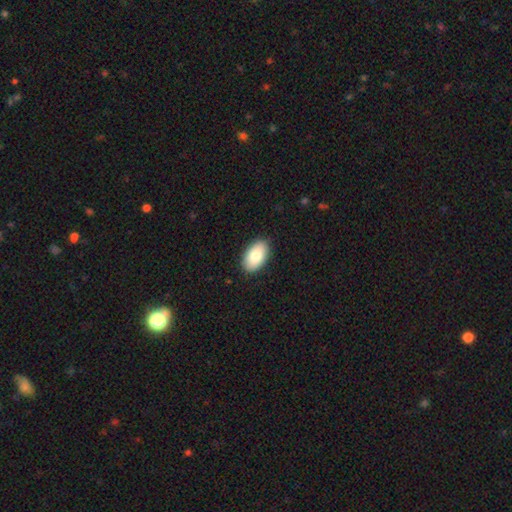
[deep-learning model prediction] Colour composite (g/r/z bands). It shows a smooth galaxy with no disk features (83%) that is in between round and cigar-shaped (94%). Merging: none (89%).